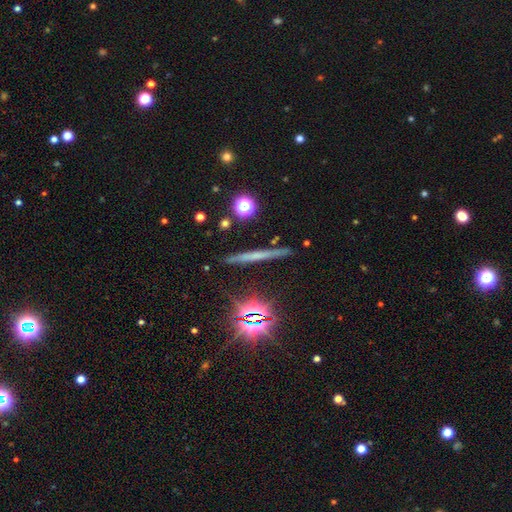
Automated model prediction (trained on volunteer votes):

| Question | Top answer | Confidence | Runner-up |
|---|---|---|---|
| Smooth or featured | featured or disk | 44% | smooth (37%) |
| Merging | none | 89% | minor disturbance (8%) |